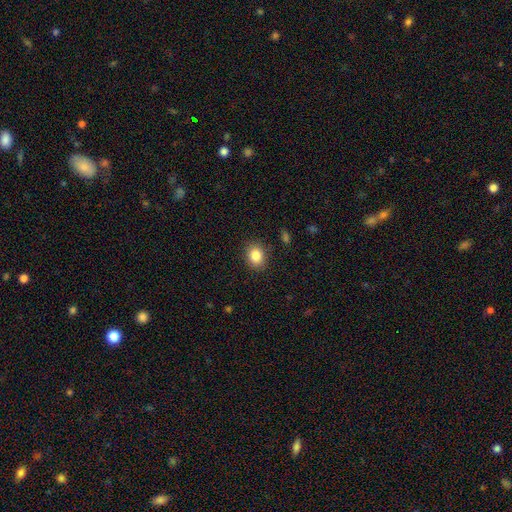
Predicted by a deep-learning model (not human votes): smooth_or_featured: smooth (p=0.85) [alt: star or artifact p=0.09]
how_rounded: round (p=0.51) [alt: in between p=0.48]
merging: none (p=0.87) [alt: minor disturbance p=0.09]